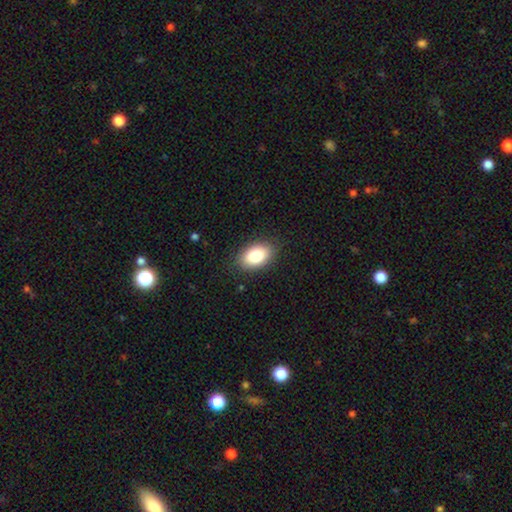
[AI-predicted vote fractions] The model was most divided on "smooth or featured": smooth: 84%, featured or disk: 8%, star or artifact: 8%. More confident: how rounded — in between (91%); merging — none (87%).